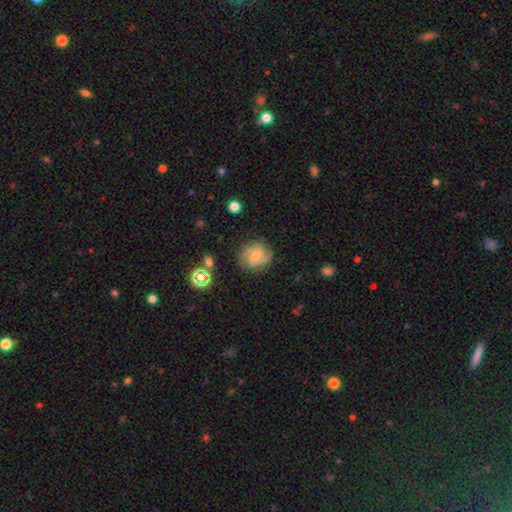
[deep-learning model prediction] smooth-or-featured: featured or disk: 79% | smooth: 12% | star or artifact: 8%
  disk-edge-on: no: 98% | yes: 2%
    bar: no: 49% | weak: 41% | strong: 10%
    has-spiral-arms: yes: 97% | no: 3%
      spiral-winding: tight: 47% | medium: 43% | loose: 10%
      spiral-arm-count: 3: 41% | 2: 30% | can't tell: 13% | 4: 7% | 1: 4% | more than 4: 4%
    bulge-size: small: 58% | moderate: 36% | none: 3% | large: 1% | dominant: 1%
  merging: none: 80% | minor disturbance: 14% | major disturbance: 4% | merger: 2%